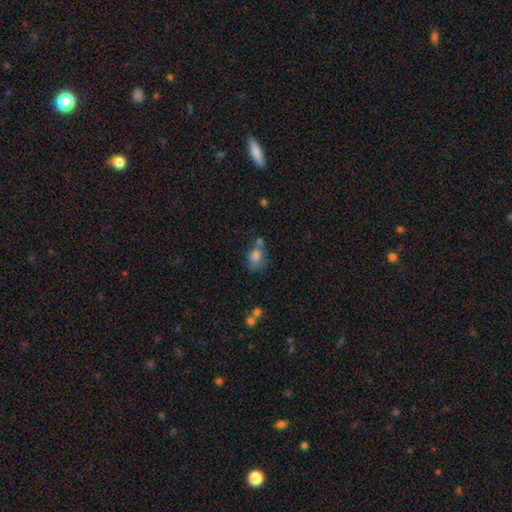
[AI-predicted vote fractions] The model was most divided on "merging": none: 36%, merger: 29%, minor disturbance: 22%, major disturbance: 13%. More confident: smooth or featured — smooth (76%); how rounded — in between (67%).